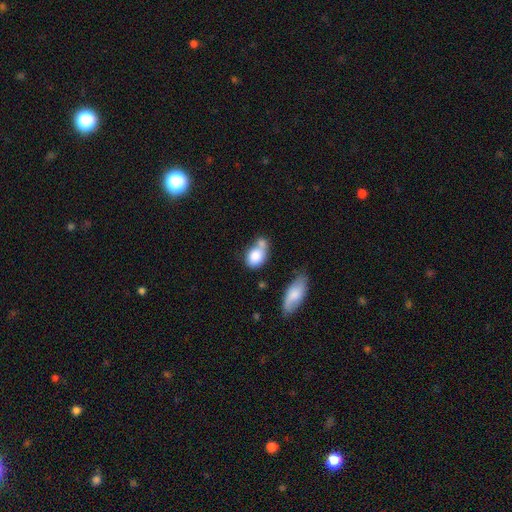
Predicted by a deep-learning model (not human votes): A smooth galaxy with no disk features (80%) that is in between round and cigar-shaped (68%).

Vote fractions:
- Smooth or featured? smooth: 80% / featured or disk: 13% / star or artifact: 7%
- How rounded? in between: 68% / round: 30% / cigar-shaped: 2%
- Merging? merger: 47% / none: 29% / minor disturbance: 16% / major disturbance: 8%